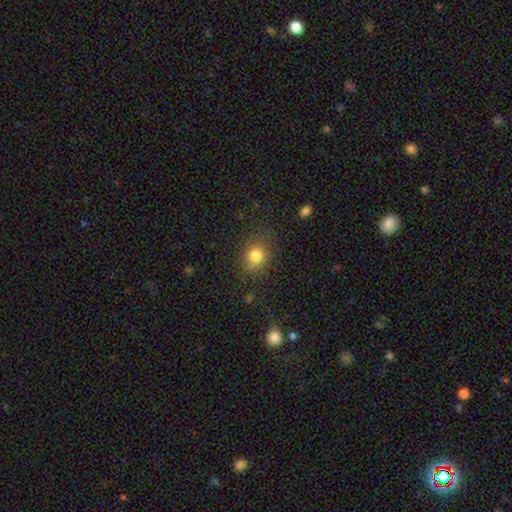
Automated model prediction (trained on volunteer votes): Smooth or featured?
  - smooth: 80% *
  - star or artifact: 13%
  - featured or disk: 8%
How rounded?
  - round: 71% *
  - in between: 28%
  - cigar-shaped: 1%
Merging?
  - none: 78% *
  - minor disturbance: 15%
  - major disturbance: 6%
  - merger: 2%